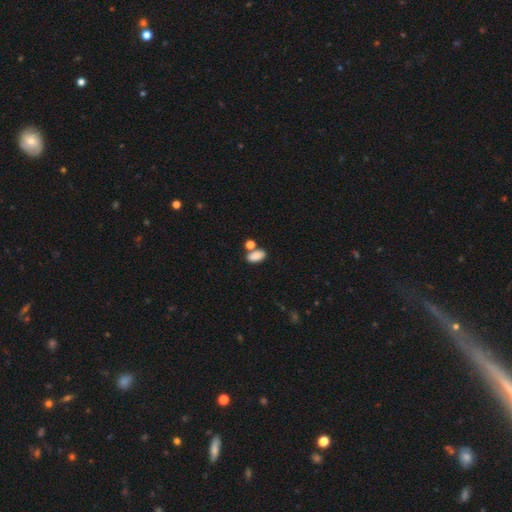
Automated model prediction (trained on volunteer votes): smooth-or-featured: smooth: 86% | star or artifact: 9% | featured or disk: 5%
  how-rounded: in between: 91% | round: 6% | cigar-shaped: 3%
  merging: none: 60% | merger: 24% | minor disturbance: 12% | major disturbance: 4%